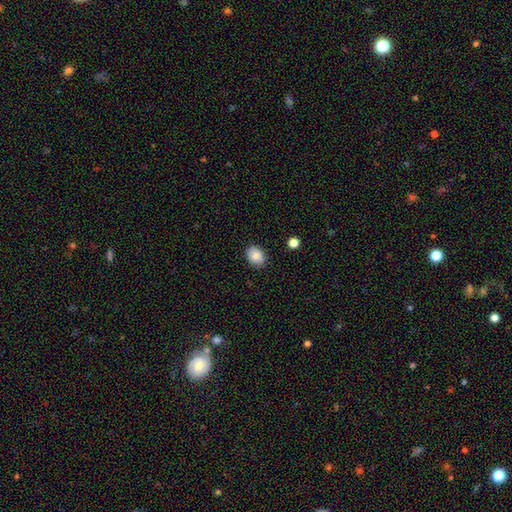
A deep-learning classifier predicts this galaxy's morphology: type=smooth (86%); roundness=in between (66%); merging=none (88%).